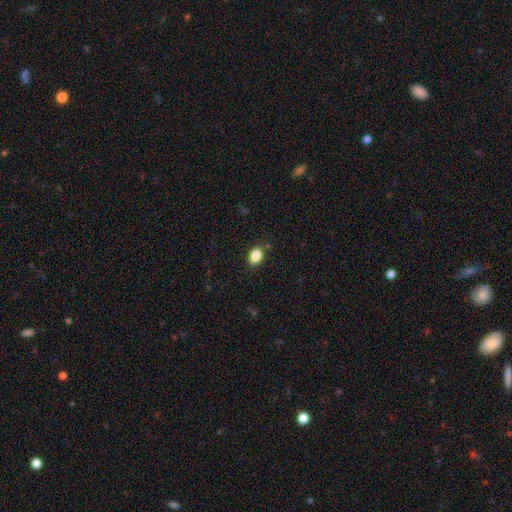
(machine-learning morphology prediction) A smooth galaxy with no disk features (86%) that is in between round and cigar-shaped (83%).

Vote fractions:
- Smooth or featured? smooth: 86% / star or artifact: 9% / featured or disk: 4%
- How rounded? in between: 83% / round: 16% / cigar-shaped: 1%
- Merging? none: 85% / minor disturbance: 11% / major disturbance: 2% / merger: 2%